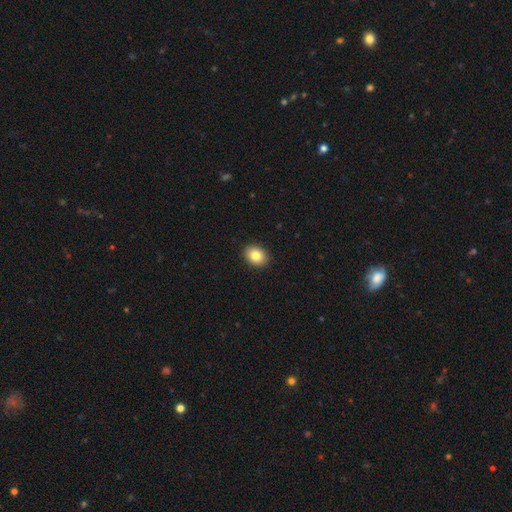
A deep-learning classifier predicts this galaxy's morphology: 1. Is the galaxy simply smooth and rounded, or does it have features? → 84% smooth, 9% star or artifact, 7% featured or disk.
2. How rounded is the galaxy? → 54% in between, 45% round, 1% cigar-shaped.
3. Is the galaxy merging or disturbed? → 92% none, 6% minor disturbance, 2% major disturbance, 1% merger.